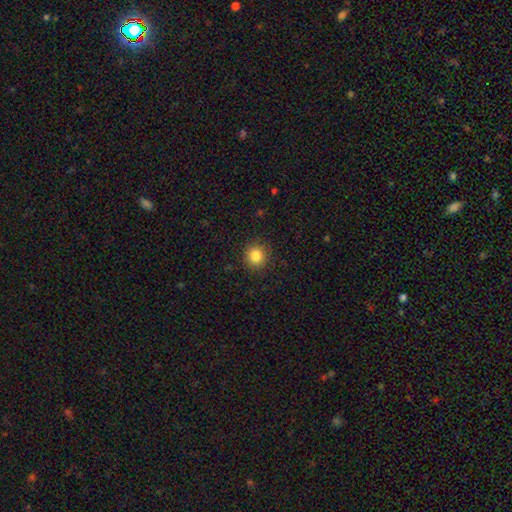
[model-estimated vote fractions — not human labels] Smooth or featured? Predicted: smooth (p=0.84). How rounded? Predicted: round (p=0.92). Merging? Predicted: none (p=0.90).